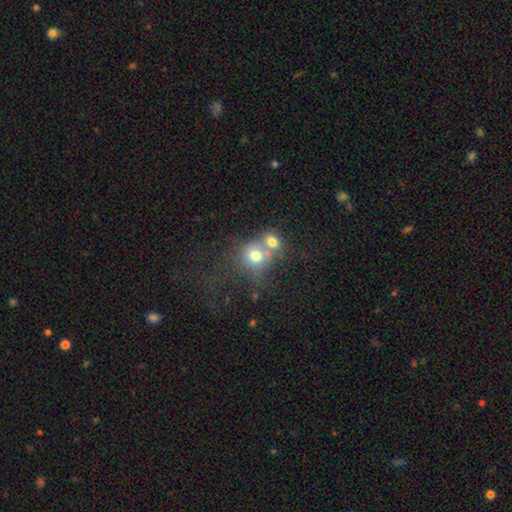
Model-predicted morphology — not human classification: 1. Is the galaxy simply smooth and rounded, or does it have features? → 70% smooth, 17% featured or disk, 13% star or artifact.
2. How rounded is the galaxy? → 78% round, 21% in between, 1% cigar-shaped.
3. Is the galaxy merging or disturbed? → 57% merger, 30% none, 8% minor disturbance, 6% major disturbance.